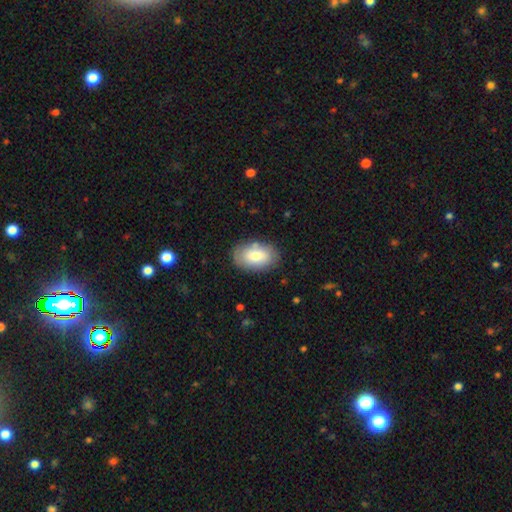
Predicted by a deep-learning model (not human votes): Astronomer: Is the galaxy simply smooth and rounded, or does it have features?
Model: smooth — 77%.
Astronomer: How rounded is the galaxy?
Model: in between — 91%.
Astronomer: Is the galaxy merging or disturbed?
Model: none — 80%.